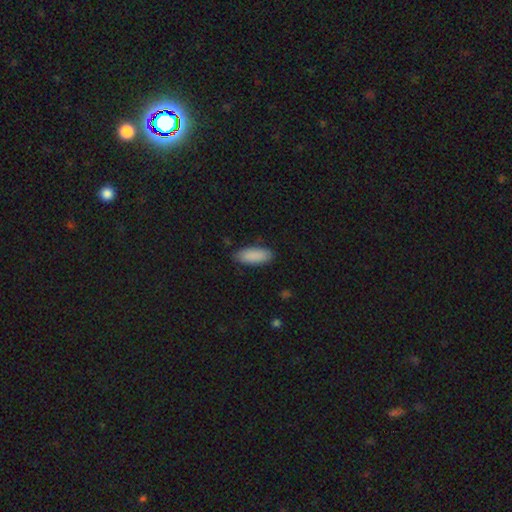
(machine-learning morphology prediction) Smooth or featured? Predicted: smooth (p=0.89). How rounded? Predicted: in between (p=0.78). Merging? Predicted: none (p=0.84).